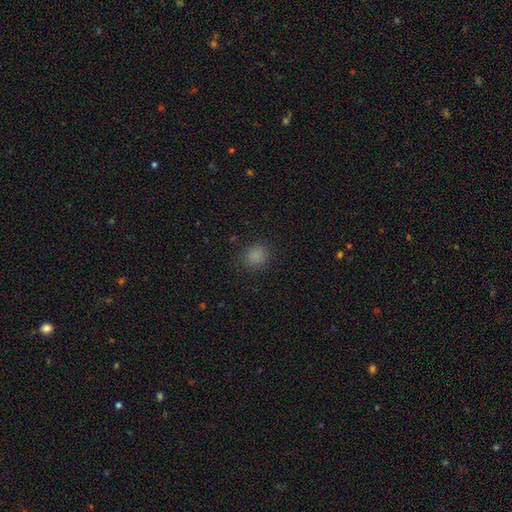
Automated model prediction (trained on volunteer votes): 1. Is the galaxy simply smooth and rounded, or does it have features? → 83% smooth, 14% star or artifact, 3% featured or disk.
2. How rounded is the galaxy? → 80% round, 19% in between, 1% cigar-shaped.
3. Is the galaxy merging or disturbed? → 87% none, 9% minor disturbance, 3% major disturbance, 1% merger.